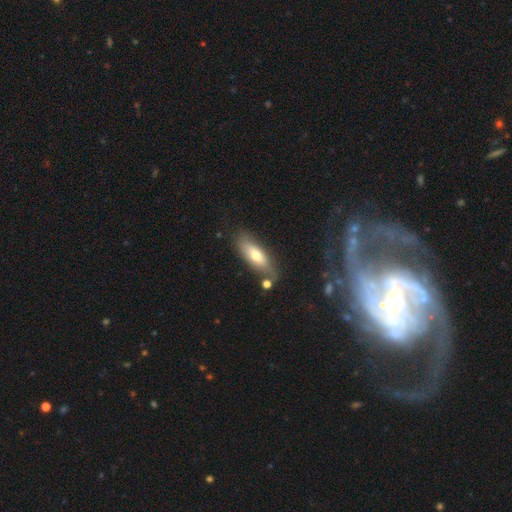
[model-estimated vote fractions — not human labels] Smooth or featured? smooth (64%)
How rounded? in between (66%)
Merging? none (66%)